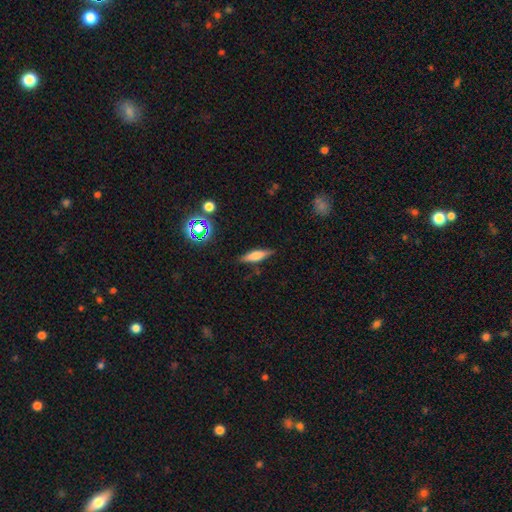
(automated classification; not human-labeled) smooth-or-featured: smooth: 56% | featured or disk: 33% | star or artifact: 11%
  how-rounded: cigar-shaped: 68% | in between: 29% | round: 3%
  merging: none: 84% | minor disturbance: 11% | major disturbance: 3% | merger: 2%